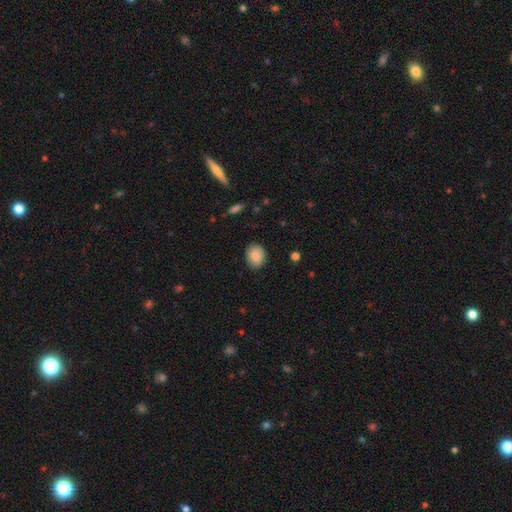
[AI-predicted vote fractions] Morphology: type=smooth (87%); roundness=in between (51%); merging=none (87%).